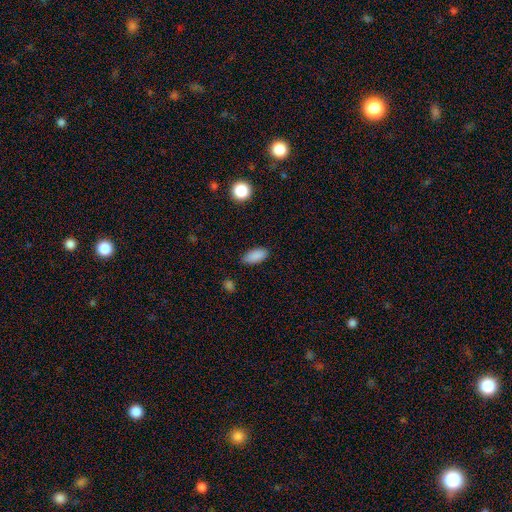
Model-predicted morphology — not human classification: Smooth or featured: smooth — 88% (star or artifact — 8%)
How rounded: in between — 90% (cigar-shaped — 7%)
Merging: none — 84% (minor disturbance — 12%)